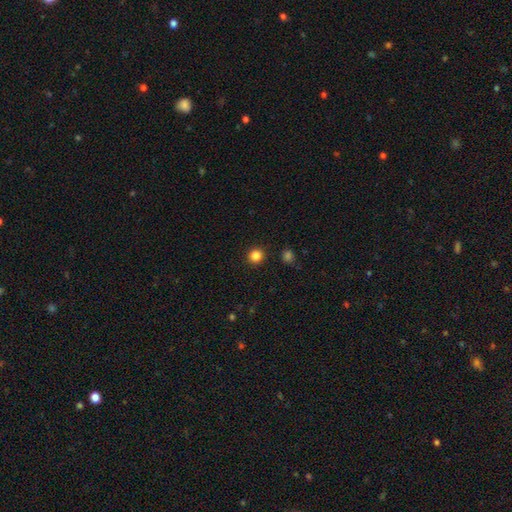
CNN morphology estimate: smooth-or-featured: smooth: 84% | star or artifact: 12% | featured or disk: 4%
  how-rounded: round: 94% | in between: 5% | cigar-shaped: 1%
  merging: none: 93% | minor disturbance: 4% | major disturbance: 2% | merger: 1%